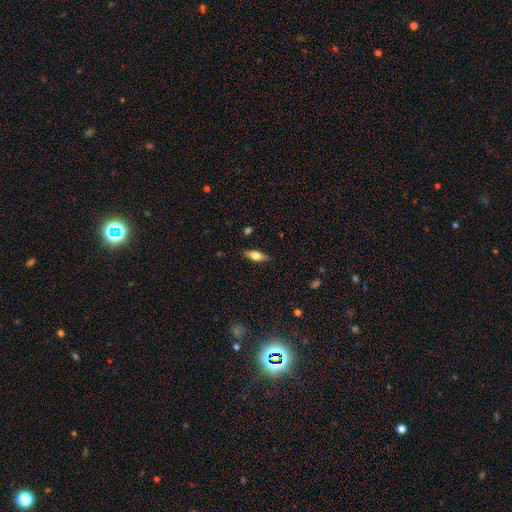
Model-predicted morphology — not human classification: smooth-or-featured: smooth: 64% | featured or disk: 29% | star or artifact: 7%
  how-rounded: in between: 67% | cigar-shaped: 30% | round: 3%
  merging: none: 86% | minor disturbance: 10% | major disturbance: 2% | merger: 1%